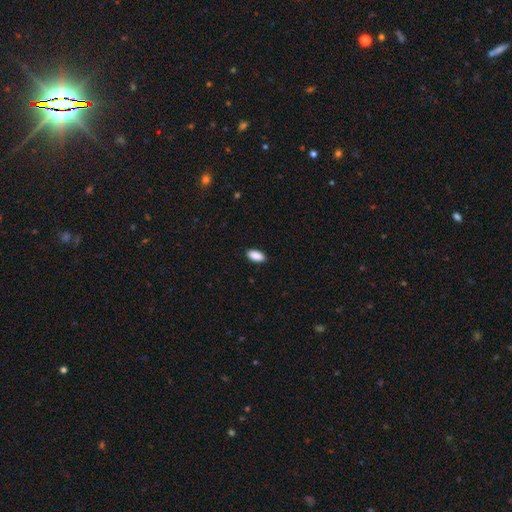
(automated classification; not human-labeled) A smooth galaxy with no disk features (90%) that is in between round and cigar-shaped (92%).

Vote fractions:
- Smooth or featured? smooth: 90% / star or artifact: 6% / featured or disk: 3%
- How rounded? in between: 92% / cigar-shaped: 6% / round: 2%
- Merging? none: 89% / minor disturbance: 8% / major disturbance: 2% / merger: 1%